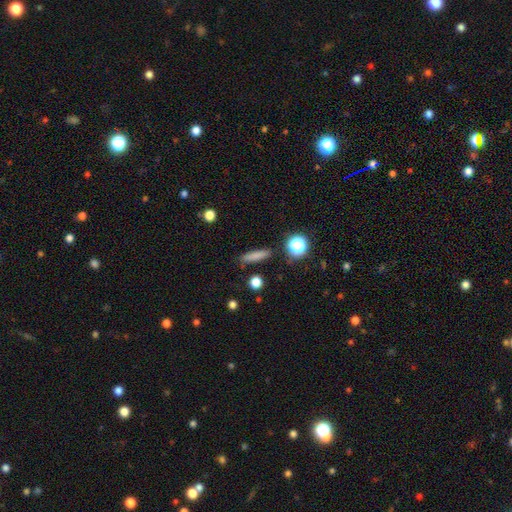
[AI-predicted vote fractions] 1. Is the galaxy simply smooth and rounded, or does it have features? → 79% smooth, 11% star or artifact, 10% featured or disk.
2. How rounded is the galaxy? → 77% cigar-shaped, 18% in between, 6% round.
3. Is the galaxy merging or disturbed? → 86% none, 9% minor disturbance, 3% major disturbance, 2% merger.